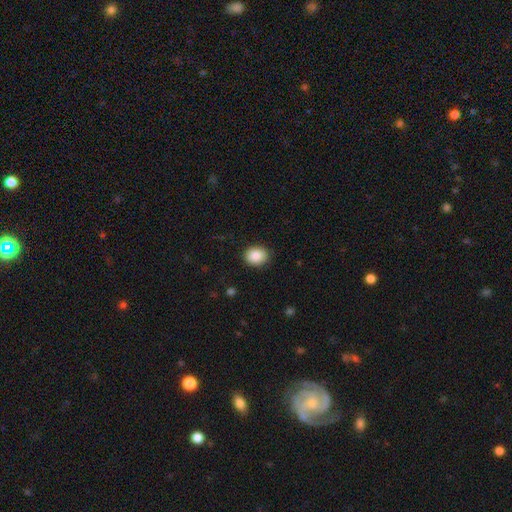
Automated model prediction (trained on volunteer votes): Smooth or featured?
  - smooth: 88% *
  - star or artifact: 8%
  - featured or disk: 4%
How rounded?
  - round: 54% *
  - in between: 46%
  - cigar-shaped: 1%
Merging?
  - none: 89% *
  - minor disturbance: 8%
  - major disturbance: 2%
  - merger: 1%